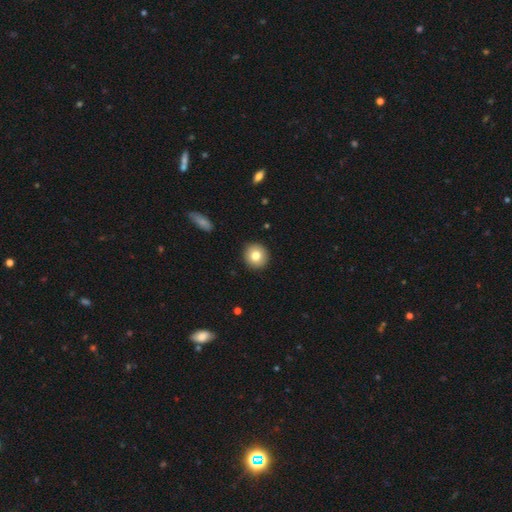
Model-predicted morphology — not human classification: Smooth or featured?
  - smooth: 80% *
  - featured or disk: 12%
  - star or artifact: 9%
How rounded?
  - round: 92% *
  - in between: 7%
  - cigar-shaped: 1%
Merging?
  - none: 92% *
  - minor disturbance: 6%
  - major disturbance: 2%
  - merger: 1%